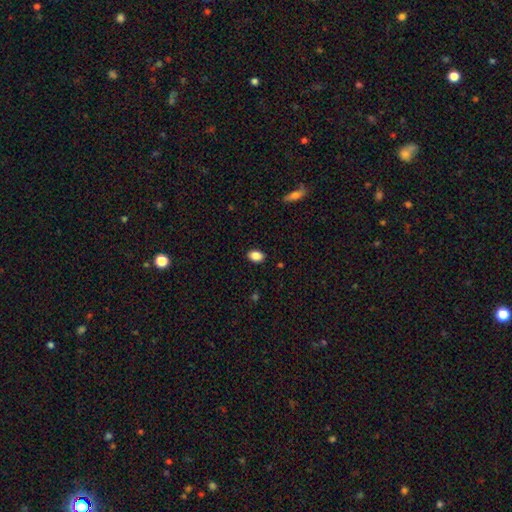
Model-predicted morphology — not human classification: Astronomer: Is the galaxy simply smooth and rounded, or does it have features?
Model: smooth — 88%.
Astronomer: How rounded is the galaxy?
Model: in between — 84%.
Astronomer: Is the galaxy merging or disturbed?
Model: none — 89%.